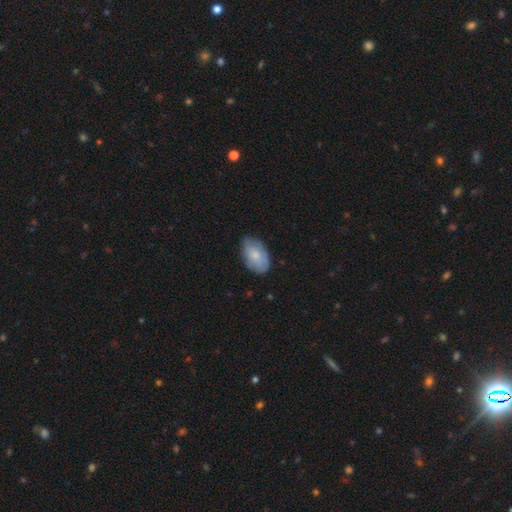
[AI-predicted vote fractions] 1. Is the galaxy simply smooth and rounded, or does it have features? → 71% smooth, 23% featured or disk, 6% star or artifact.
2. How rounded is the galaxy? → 92% in between, 6% round, 1% cigar-shaped.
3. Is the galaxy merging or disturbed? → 74% none, 21% minor disturbance, 4% major disturbance, 1% merger.